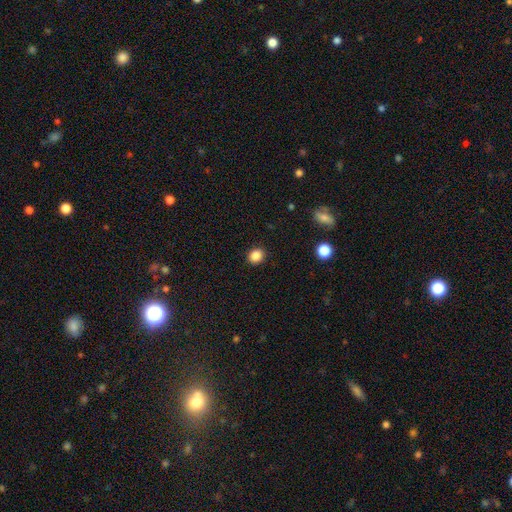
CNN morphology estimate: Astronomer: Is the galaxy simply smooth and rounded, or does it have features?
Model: smooth — 86%.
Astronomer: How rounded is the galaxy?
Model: round — 64%.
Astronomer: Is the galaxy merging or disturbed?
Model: none — 91%.